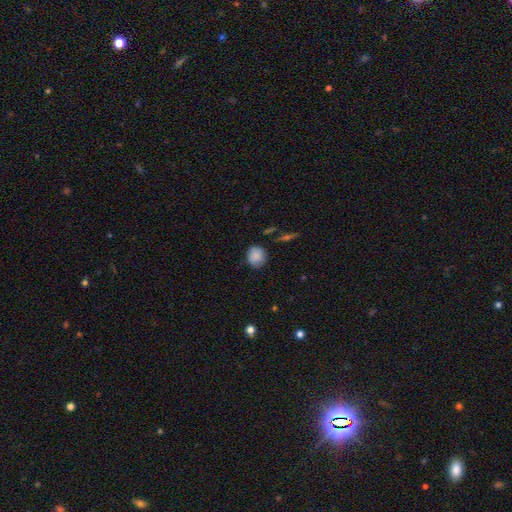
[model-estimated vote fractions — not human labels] Q: Smooth or featured?
A: smooth (84%); runner-up: star or artifact (8%)
Q: How rounded?
A: round (82%); runner-up: in between (16%)
Q: Merging?
A: none (78%); runner-up: minor disturbance (17%)